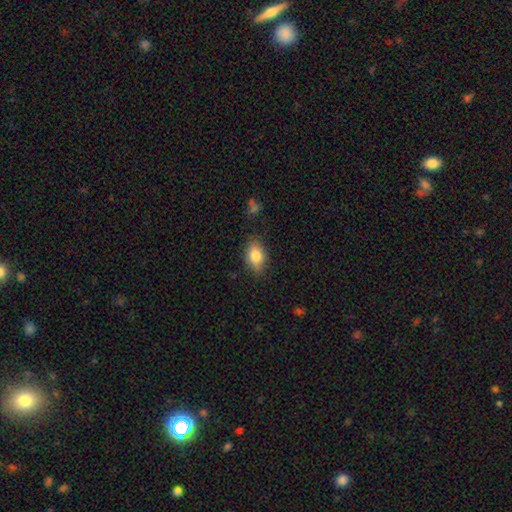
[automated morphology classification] Smooth or featured? Predicted: smooth (p=0.81). How rounded? Predicted: in between (p=0.84). Merging? Predicted: none (p=0.81).